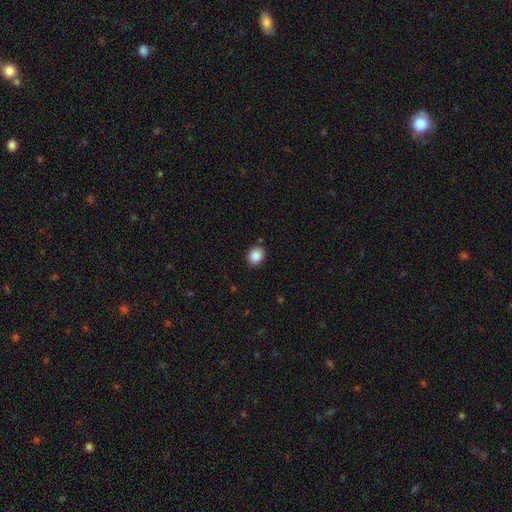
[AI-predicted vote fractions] The model was most divided on "how rounded": round: 55%, in between: 44%, cigar-shaped: 1%. More confident: smooth or featured — smooth (89%); merging — none (85%).